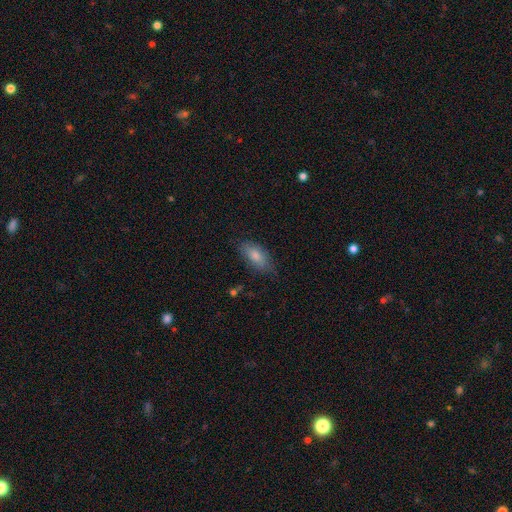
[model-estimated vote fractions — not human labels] Smooth or featured?
  - smooth: 81% *
  - featured or disk: 12%
  - star or artifact: 7%
How rounded?
  - in between: 88% *
  - cigar-shaped: 9%
  - round: 3%
Merging?
  - none: 74% *
  - minor disturbance: 20%
  - major disturbance: 4%
  - merger: 1%